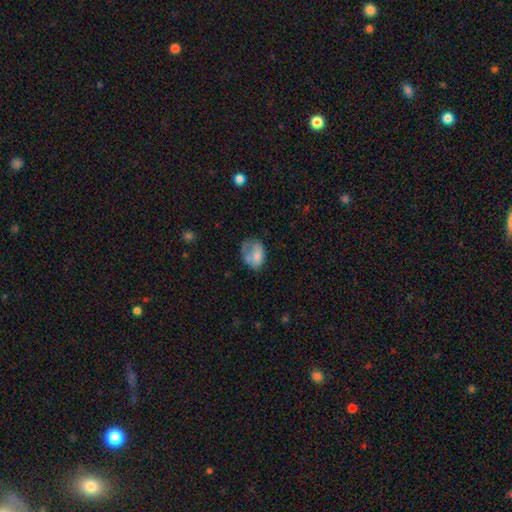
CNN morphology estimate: A smooth galaxy with no disk features (67%) that is in between round and cigar-shaped (74%). Merging: none (32%).